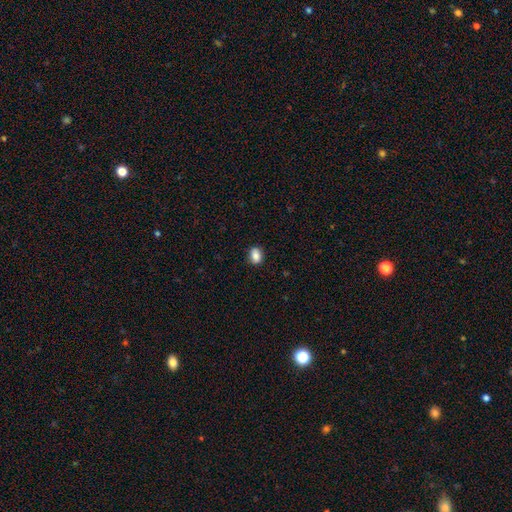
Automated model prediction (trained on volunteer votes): Morphology: type=smooth (84%); roundness=in between (65%); merging=none (85%).